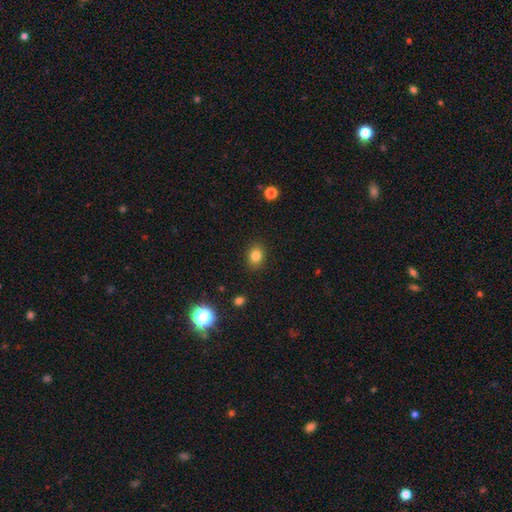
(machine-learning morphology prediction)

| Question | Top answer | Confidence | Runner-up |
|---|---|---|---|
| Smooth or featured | smooth | 82% | star or artifact (12%) |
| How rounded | in between | 50% | round (49%) |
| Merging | none | 88% | minor disturbance (8%) |